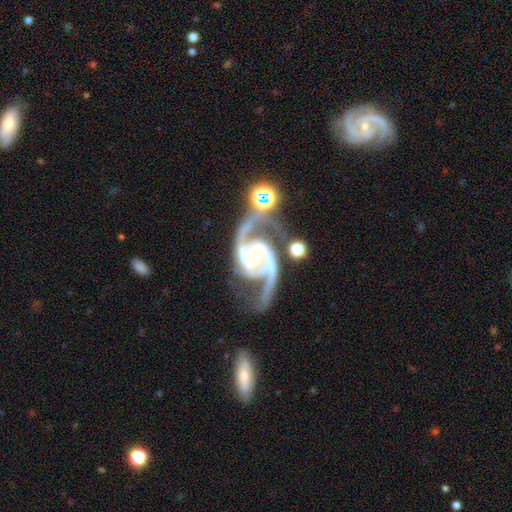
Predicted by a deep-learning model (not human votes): Q: Smooth or featured?
A: featured or disk (92%); runner-up: star or artifact (5%)
Q: Edge-on disk?
A: no (98%); runner-up: yes (2%)
Q: Bar?
A: strong (44%); runner-up: weak (36%)
Q: Spiral arms?
A: yes (98%); runner-up: no (2%)
Q: Spiral winding?
A: medium (60%); runner-up: loose (25%)
Q: Spiral arm count?
A: 2 (92%); runner-up: 3 (3%)
Q: Bulge size?
A: small (53%); runner-up: moderate (31%)
Q: Merging?
A: none (52%); runner-up: minor disturbance (18%)